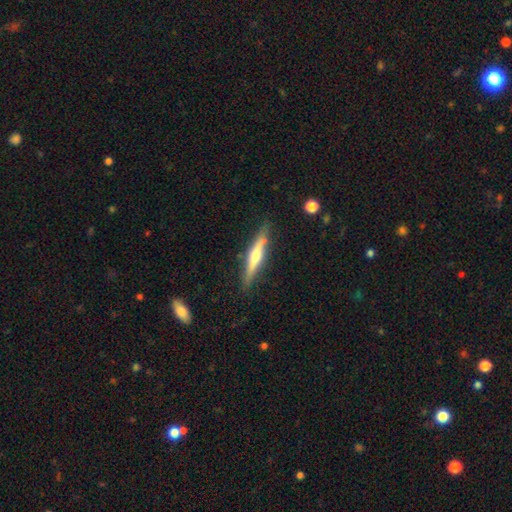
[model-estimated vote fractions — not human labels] Morphology: type=featured or disk (59%); edge-on=yes (96%); edge-on bulge=rounded (83%); merging=none (86%).